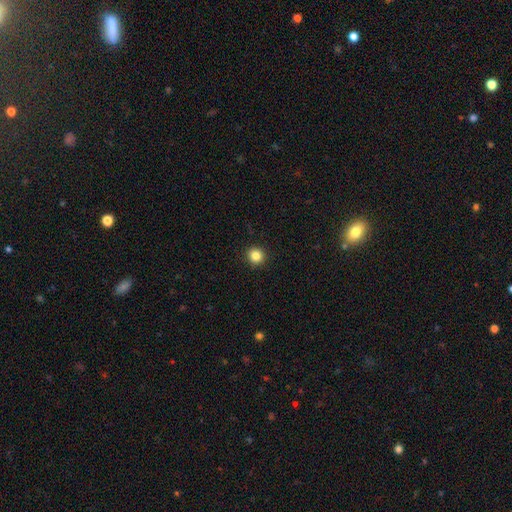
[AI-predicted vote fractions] A smooth galaxy with no disk features (84%) that is round (92%).

Vote fractions:
- Smooth or featured? smooth: 84% / star or artifact: 11% / featured or disk: 5%
- How rounded? round: 92% / in between: 7% / cigar-shaped: 1%
- Merging? none: 93% / minor disturbance: 4% / major disturbance: 2% / merger: 1%